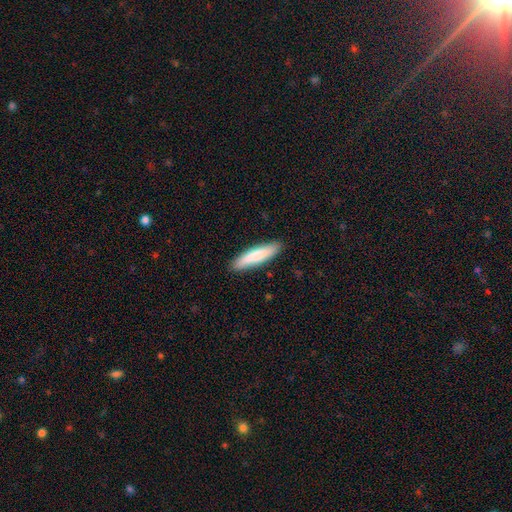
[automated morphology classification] Overall: smooth (80%). How rounded: cigar-shaped (78%). Merging: none (89%).